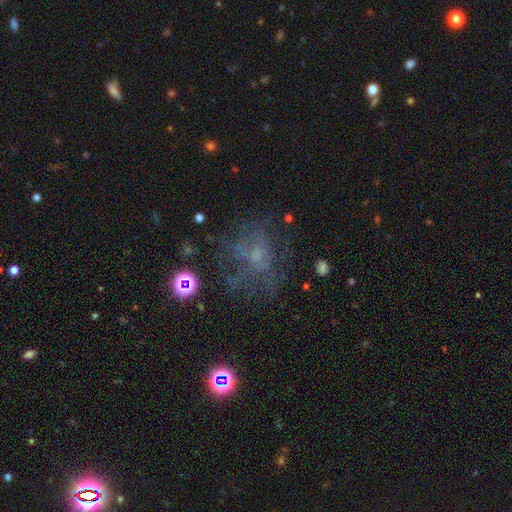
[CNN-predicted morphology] Smooth or featured: featured or disk — 42% (star or artifact — 30%)
Merging: none — 53% (major disturbance — 26%)